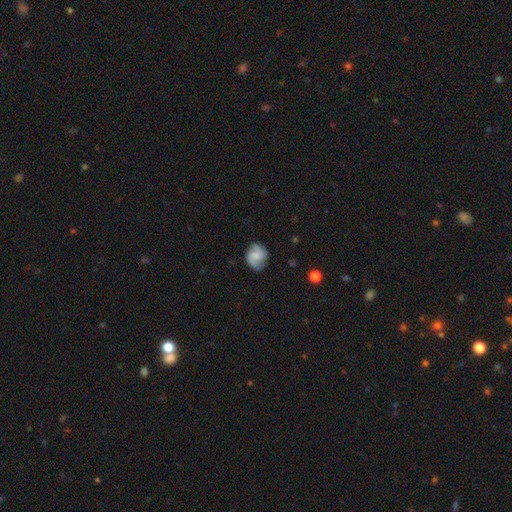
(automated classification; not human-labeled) A featured or disk galaxy (51%).

Vote fractions:
- Smooth or featured? featured or disk: 51% / smooth: 41% / star or artifact: 8%
- Edge-on disk? no: 97% / yes: 3%
- Merging? none: 73% / minor disturbance: 20% / major disturbance: 6% / merger: 1%